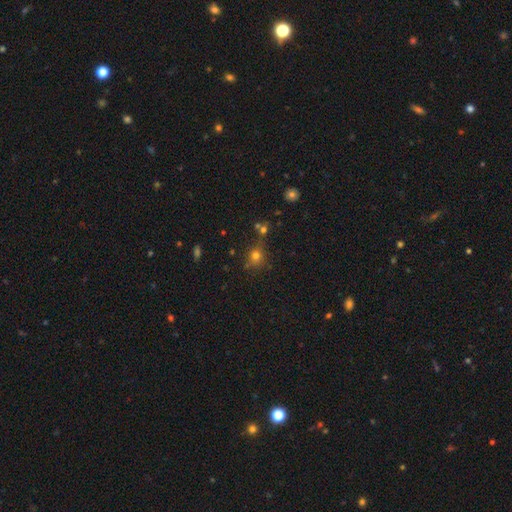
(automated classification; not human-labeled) smooth 70%, star or artifact 21%, featured or disk 9%. Down the decision tree: how rounded — round (85%); merging — none (70%).